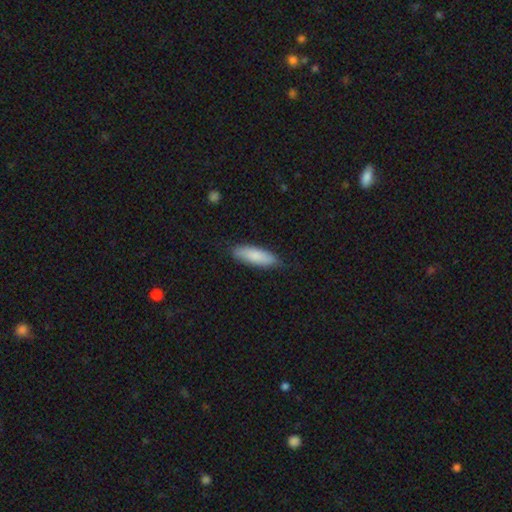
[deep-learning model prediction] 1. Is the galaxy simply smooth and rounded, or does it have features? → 84% smooth, 10% featured or disk, 6% star or artifact.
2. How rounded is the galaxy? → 50% in between, 48% cigar-shaped, 2% round.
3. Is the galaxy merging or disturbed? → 80% none, 16% minor disturbance, 3% major disturbance, 1% merger.